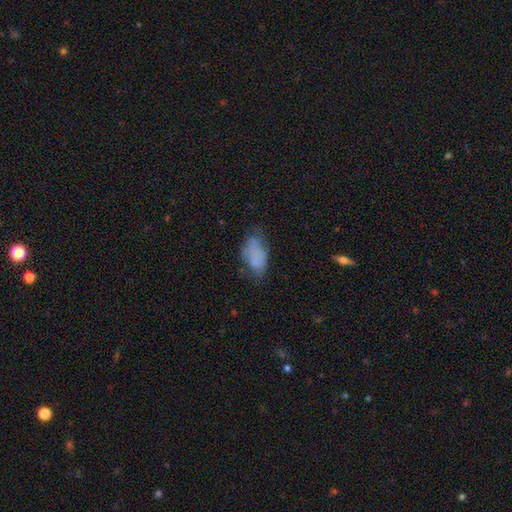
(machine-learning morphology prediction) Smooth or featured? Predicted: smooth (p=0.73). How rounded? Predicted: in between (p=0.92). Merging? Predicted: none (p=0.48).